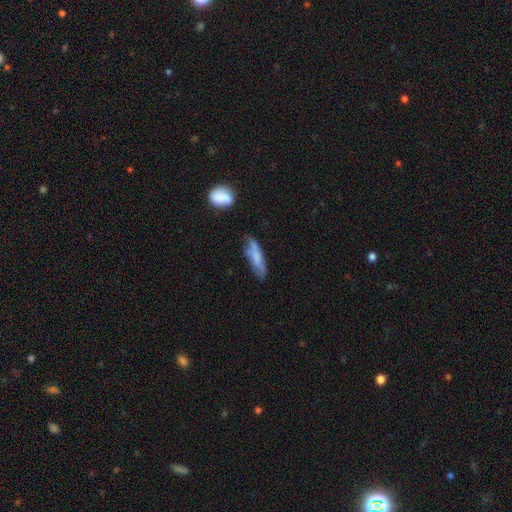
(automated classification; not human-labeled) The model was most divided on "merging": none: 55%, minor disturbance: 31%, major disturbance: 9%, merger: 5%. More confident: smooth or featured — smooth (65%); how rounded — cigar-shaped (62%).